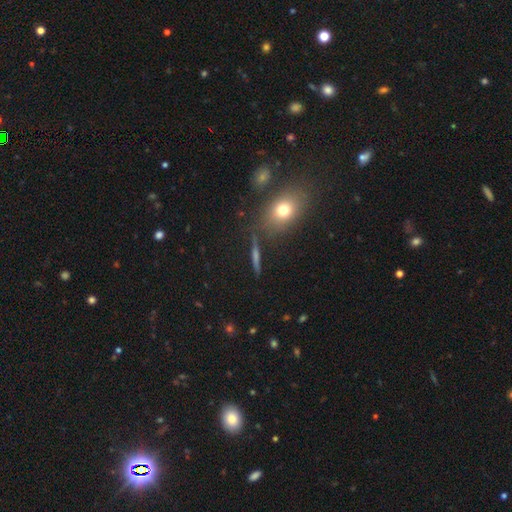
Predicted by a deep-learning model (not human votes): smooth-or-featured: featured or disk: 45% | smooth: 35% | star or artifact: 19%
  merging: none: 83% | minor disturbance: 9% | merger: 5% | major disturbance: 3%